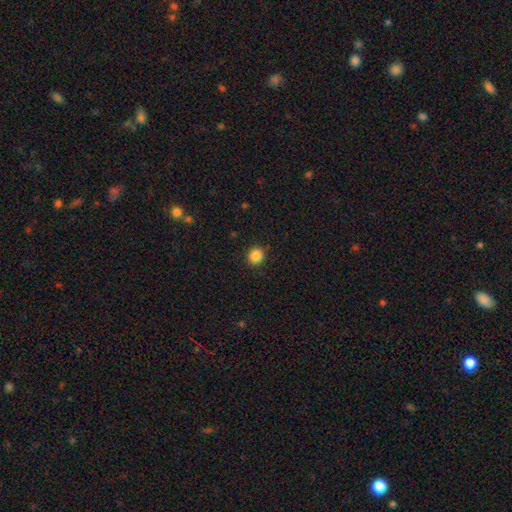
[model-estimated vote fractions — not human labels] Q: Smooth or featured?
A: smooth (87%); runner-up: star or artifact (10%)
Q: How rounded?
A: round (83%); runner-up: in between (16%)
Q: Merging?
A: none (91%); runner-up: minor disturbance (6%)